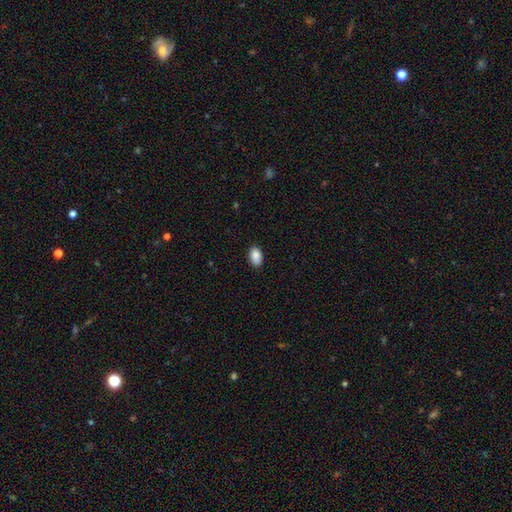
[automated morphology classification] Smooth or featured? Predicted: smooth (p=0.89). How rounded? Predicted: in between (p=0.91). Merging? Predicted: none (p=0.86).